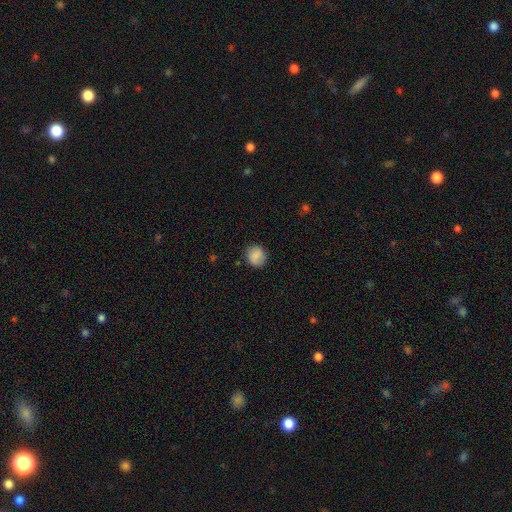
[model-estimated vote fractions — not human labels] Smooth or featured: smooth — 86% (star or artifact — 8%)
How rounded: round — 85% (in between — 14%)
Merging: none — 86% (minor disturbance — 10%)